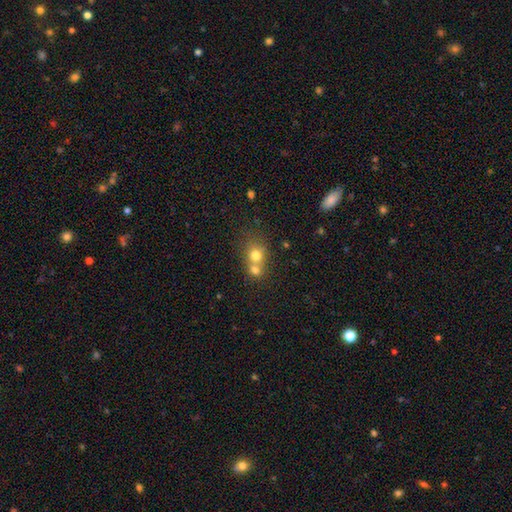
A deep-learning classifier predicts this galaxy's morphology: A smooth galaxy with no disk features (74%) that is round (76%). Merging: merger (59%).